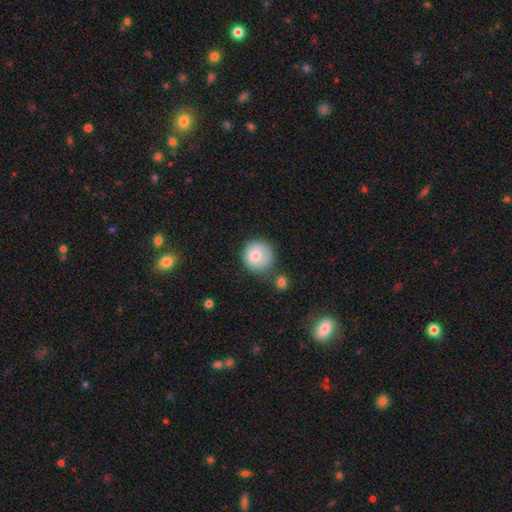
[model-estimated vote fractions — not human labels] This appears to be a smooth galaxy with no disk features (82%) that is round (93%). Merging: none (67%).